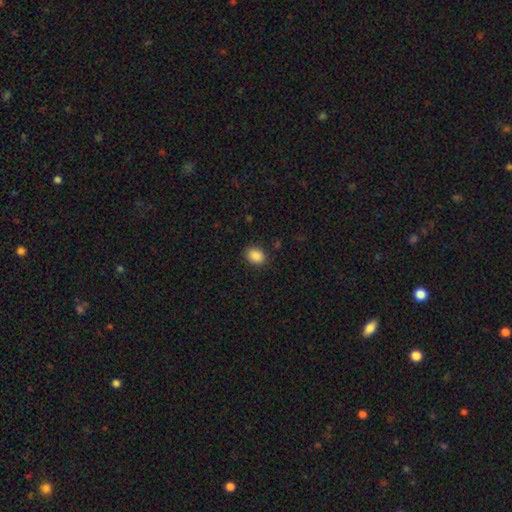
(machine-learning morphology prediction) A smooth galaxy with no disk features (88%) that is in between round and cigar-shaped (50%).

Vote fractions:
- Smooth or featured? smooth: 88% / star or artifact: 9% / featured or disk: 3%
- How rounded? in between: 50% / round: 49% / cigar-shaped: 1%
- Merging? none: 87% / minor disturbance: 9% / major disturbance: 3% / merger: 1%